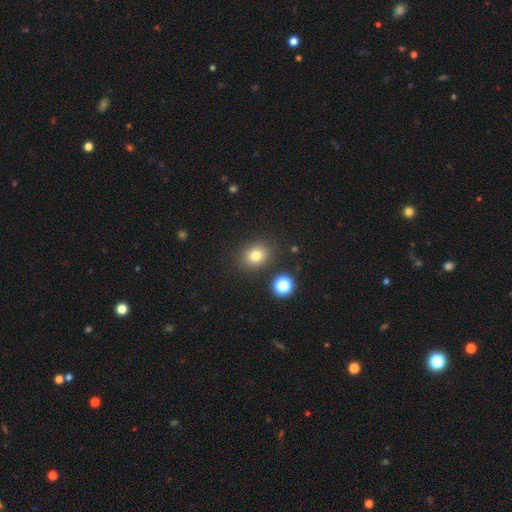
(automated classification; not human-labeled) Overall: smooth (78%). How rounded: round (65%; in between 34%). Merging: none (85%).